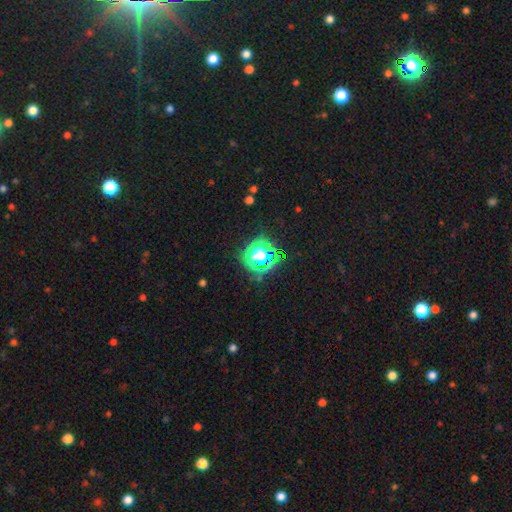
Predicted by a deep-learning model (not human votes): This appears to be a star or artifact, not a galaxy (64%).